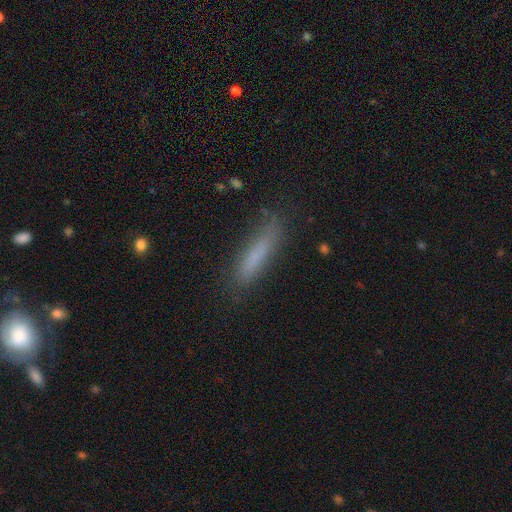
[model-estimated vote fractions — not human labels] A smooth galaxy with no disk features (76%) that is cigar-shaped (80%).

Vote fractions:
- Smooth or featured? smooth: 76% / featured or disk: 14% / star or artifact: 9%
- How rounded? cigar-shaped: 80% / in between: 18% / round: 2%
- Merging? none: 77% / minor disturbance: 16% / major disturbance: 5% / merger: 2%